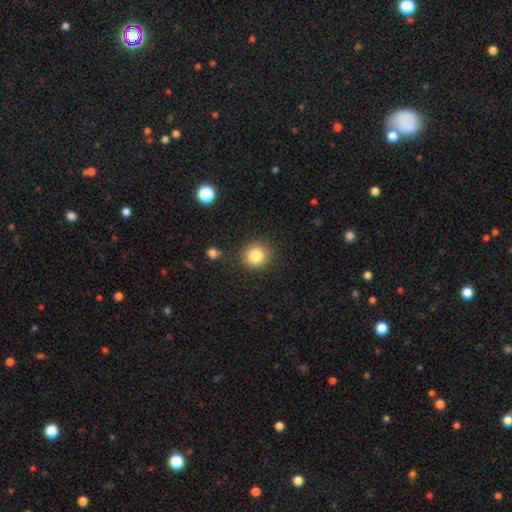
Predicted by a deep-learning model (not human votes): Morphology: type=smooth (83%); roundness=round (91%); merging=none (86%).